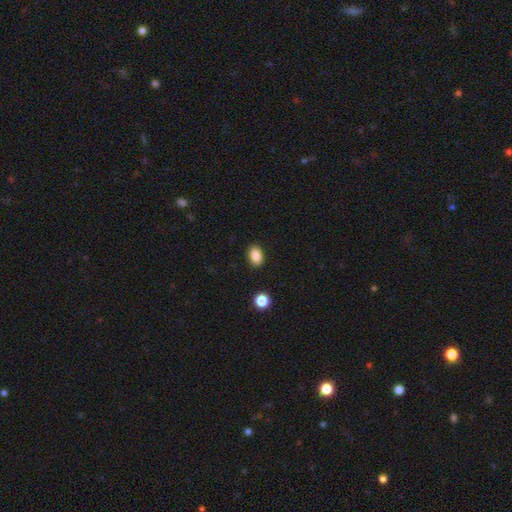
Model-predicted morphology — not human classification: Smooth or featured? smooth (86%)
How rounded? in between (83%)
Merging? none (89%)